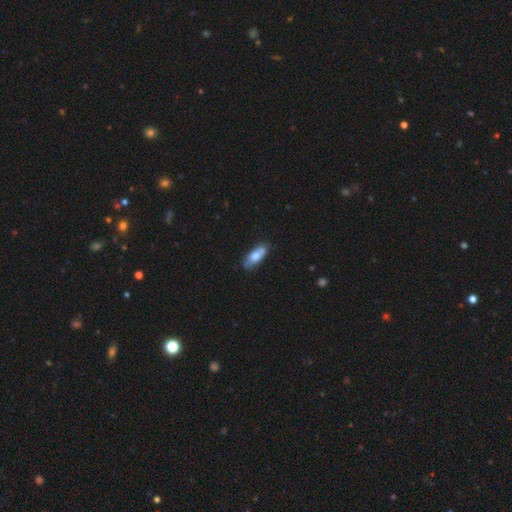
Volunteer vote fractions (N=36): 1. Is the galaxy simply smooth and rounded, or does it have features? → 56% smooth, 42% featured or disk, 3% star or artifact.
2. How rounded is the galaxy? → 50% in between, 35% cigar-shaped, 15% round.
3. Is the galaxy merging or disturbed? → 71% none, 17% minor disturbance, 9% major disturbance, 3% merger.